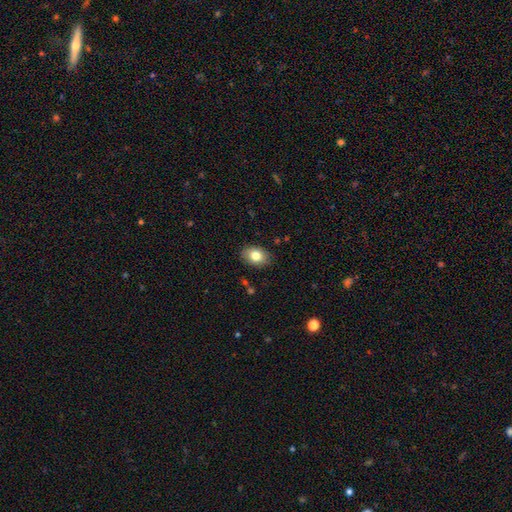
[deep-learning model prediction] This is clearly a smooth galaxy (80%). How rounded: likely in between (79%). Merging: clearly none (86%).